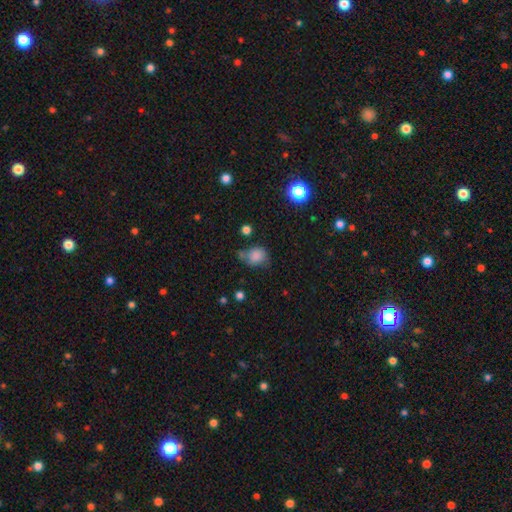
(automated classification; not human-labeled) smooth 77%, star or artifact 12%, featured or disk 11%. Down the decision tree: how rounded — round (55%); merging — none (46%).